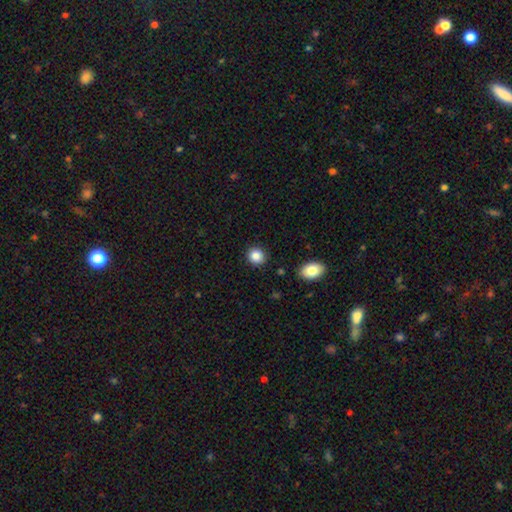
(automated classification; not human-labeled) A smooth galaxy with no disk features (86%) that is round (80%). Merging: none (89%).